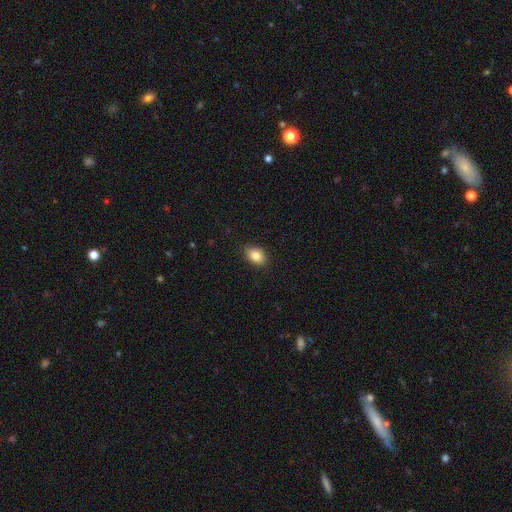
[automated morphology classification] Overall: smooth (85%). How rounded: in between (75%). Merging: none (87%).